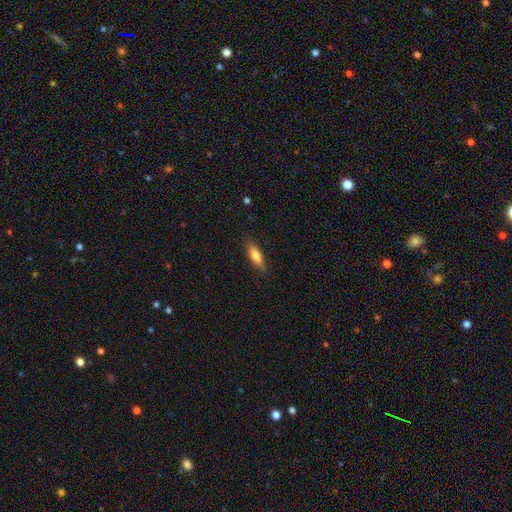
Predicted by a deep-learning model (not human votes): Q: Smooth or featured?
A: smooth (76%); runner-up: featured or disk (18%)
Q: How rounded?
A: in between (52%); runner-up: cigar-shaped (45%)
Q: Merging?
A: none (83%); runner-up: minor disturbance (13%)